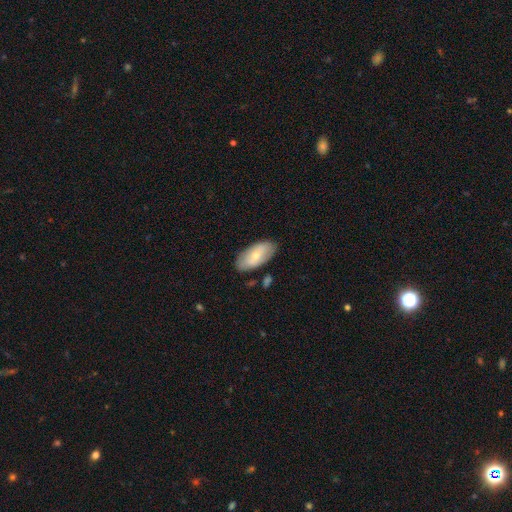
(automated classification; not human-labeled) A smooth galaxy with no disk features (68%) that is in between round and cigar-shaped (93%).

Vote fractions:
- Smooth or featured? smooth: 68% / featured or disk: 27% / star or artifact: 6%
- How rounded? in between: 93% / cigar-shaped: 5% / round: 2%
- Merging? none: 80% / minor disturbance: 14% / major disturbance: 3% / merger: 3%